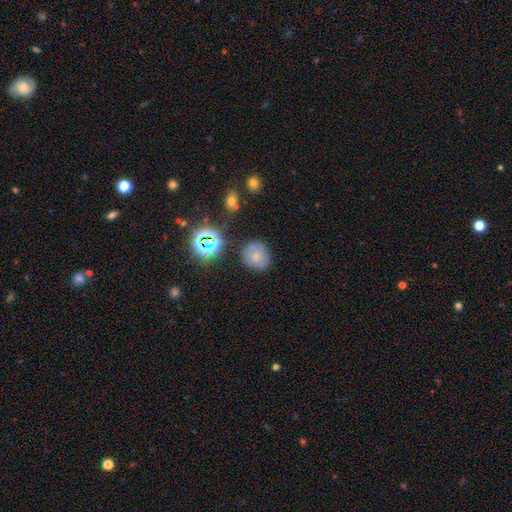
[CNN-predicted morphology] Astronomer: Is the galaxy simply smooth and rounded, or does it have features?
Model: smooth — 65%.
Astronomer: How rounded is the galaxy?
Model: round — 80%.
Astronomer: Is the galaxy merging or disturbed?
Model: none — 76%.